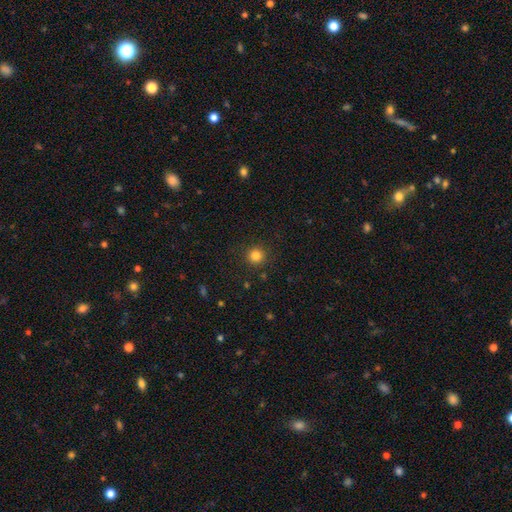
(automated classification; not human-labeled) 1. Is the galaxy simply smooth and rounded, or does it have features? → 83% smooth, 13% star or artifact, 4% featured or disk.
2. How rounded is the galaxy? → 94% round, 5% in between, 1% cigar-shaped.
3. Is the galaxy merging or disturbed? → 91% none, 6% minor disturbance, 2% major disturbance, 1% merger.